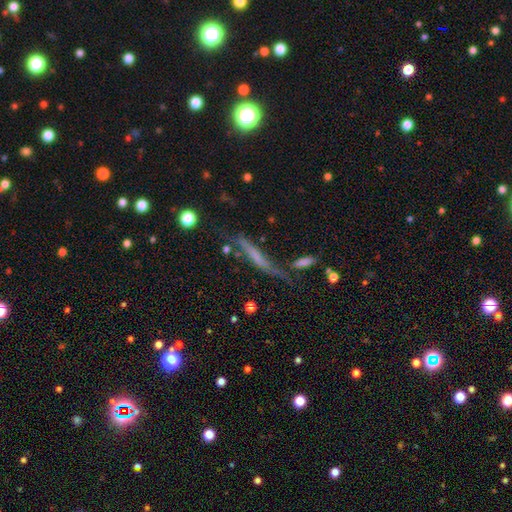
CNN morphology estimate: Smooth or featured? featured or disk (44%)
Merging? none (44%)